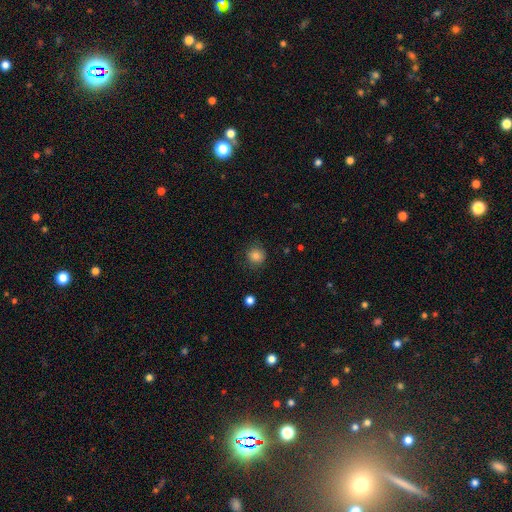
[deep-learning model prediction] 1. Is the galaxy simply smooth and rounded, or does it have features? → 84% smooth, 11% star or artifact, 5% featured or disk.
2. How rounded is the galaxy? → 90% round, 9% in between, 1% cigar-shaped.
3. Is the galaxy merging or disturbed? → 84% none, 12% minor disturbance, 4% major disturbance, 1% merger.